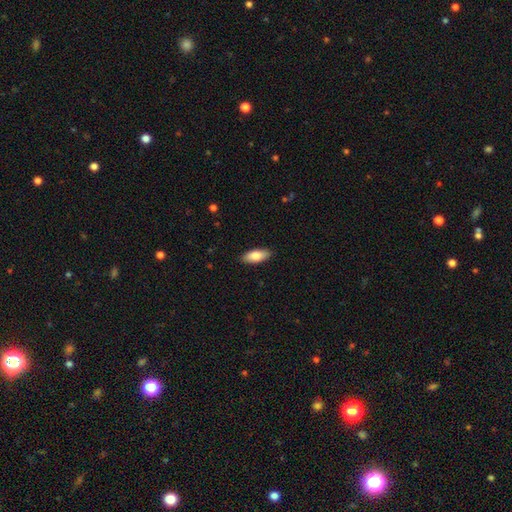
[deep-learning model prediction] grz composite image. It shows a smooth galaxy with no disk features (83%) that is in between round and cigar-shaped (81%). Merging: none (88%).